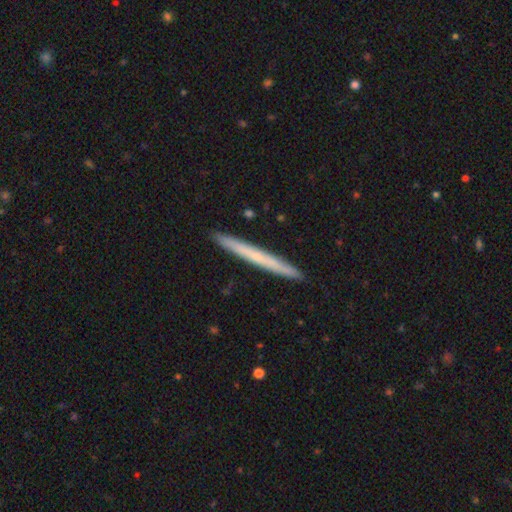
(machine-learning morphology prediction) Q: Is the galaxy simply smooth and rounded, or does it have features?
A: smooth — 50%.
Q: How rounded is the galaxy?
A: cigar-shaped — 97%.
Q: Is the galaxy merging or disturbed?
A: none — 93%.